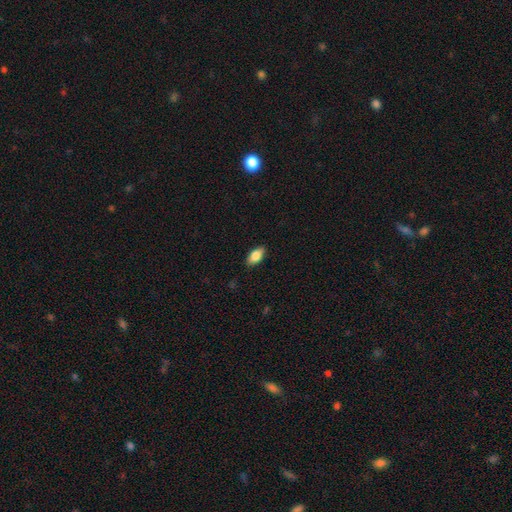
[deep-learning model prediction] A smooth galaxy with no disk features (83%) that is in between round and cigar-shaped (90%).

Vote fractions:
- Smooth or featured? smooth: 83% / featured or disk: 10% / star or artifact: 7%
- How rounded? in between: 90% / cigar-shaped: 6% / round: 3%
- Merging? none: 87% / minor disturbance: 10% / major disturbance: 2% / merger: 1%